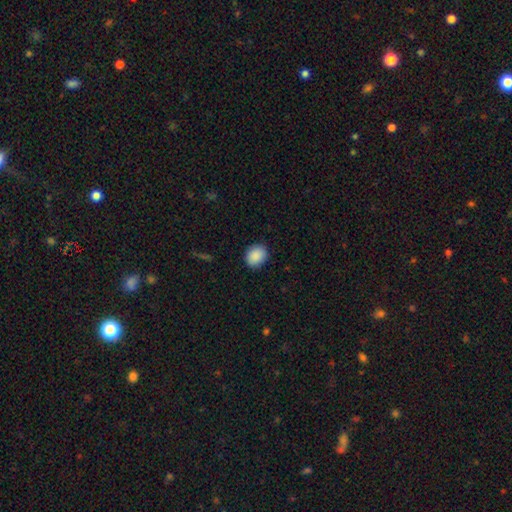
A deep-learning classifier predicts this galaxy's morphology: smooth 90%, star or artifact 7%, featured or disk 3%. Down the decision tree: how rounded — round (60%); merging — none (88%).